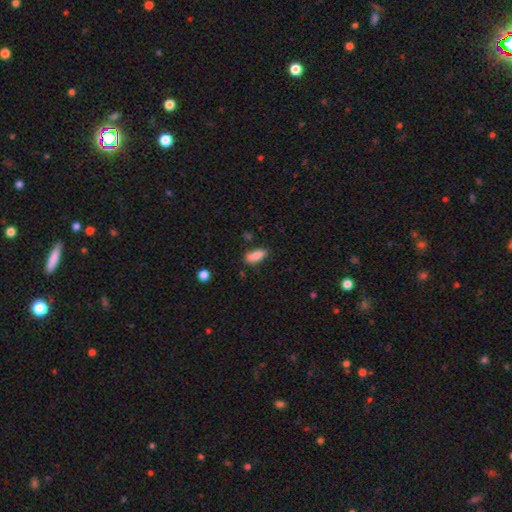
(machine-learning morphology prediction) smooth_or_featured: smooth (p=0.86) [alt: star or artifact p=0.07]
how_rounded: in between (p=0.80) [alt: cigar-shaped p=0.18]
merging: none (p=0.79) [alt: minor disturbance p=0.15]